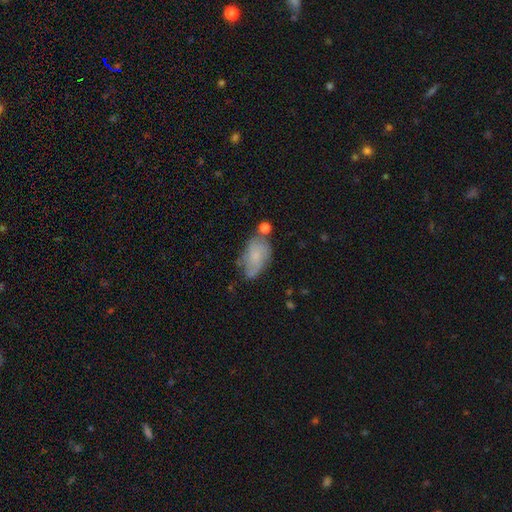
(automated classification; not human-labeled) smooth 49%, featured or disk 43%, star or artifact 9%. Down the decision tree: merging — none (49%).